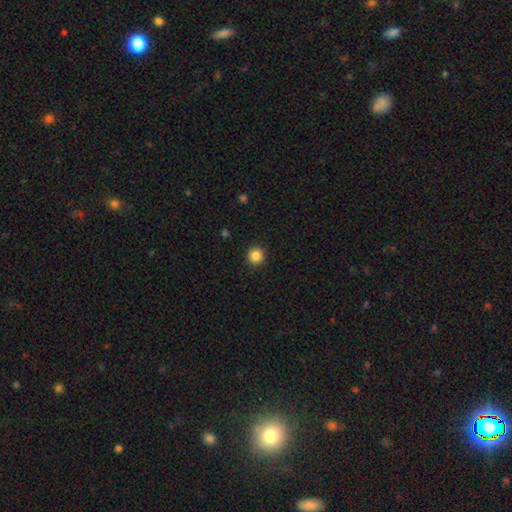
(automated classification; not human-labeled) This appears to be a smooth galaxy with no disk features (86%) that is round (95%). Merging: none (92%).